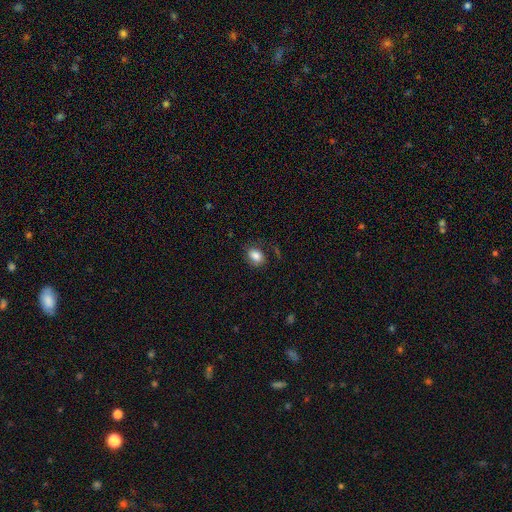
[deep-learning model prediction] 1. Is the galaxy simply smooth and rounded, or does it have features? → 82% smooth, 10% featured or disk, 8% star or artifact.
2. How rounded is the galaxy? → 72% in between, 27% round, 1% cigar-shaped.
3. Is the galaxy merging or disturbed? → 74% none, 17% minor disturbance, 7% major disturbance, 2% merger.